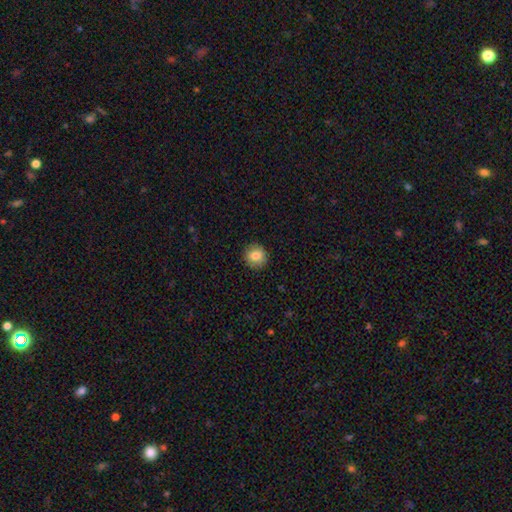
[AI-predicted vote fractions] Smooth or featured?
  - smooth: 83% *
  - star or artifact: 9%
  - featured or disk: 8%
How rounded?
  - round: 91% *
  - in between: 8%
  - cigar-shaped: 1%
Merging?
  - none: 91% *
  - minor disturbance: 6%
  - major disturbance: 2%
  - merger: 1%